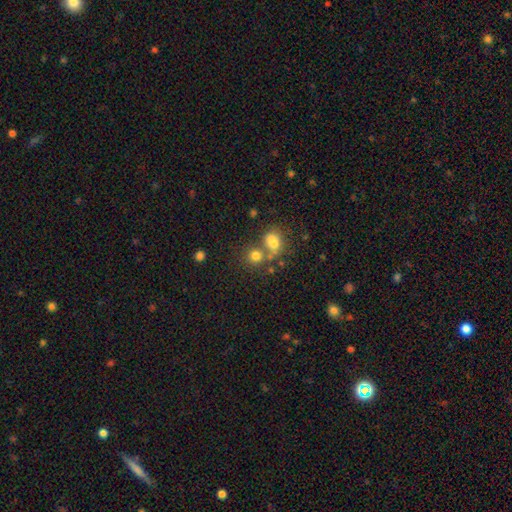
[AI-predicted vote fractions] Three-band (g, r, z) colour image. It shows a smooth galaxy with no disk features (76%) that is round (77%). Merging: none (51%).